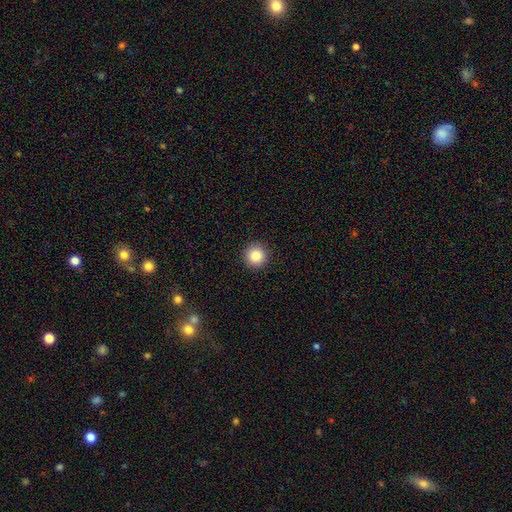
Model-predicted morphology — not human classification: type=smooth (86%); roundness=round (95%); merging=none (93%).